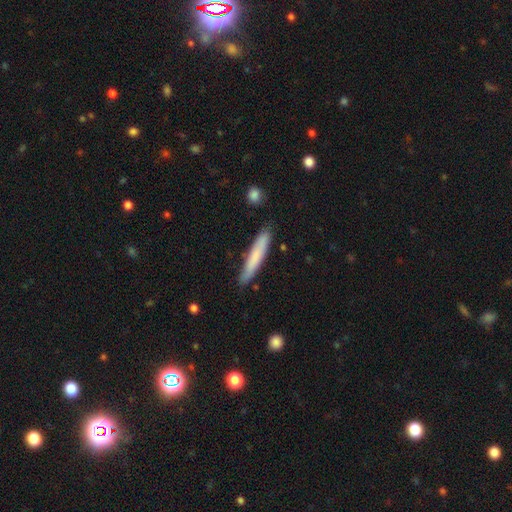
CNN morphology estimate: The model was most divided on "smooth or featured": smooth: 73%, featured or disk: 21%, star or artifact: 5%. More confident: how rounded — cigar-shaped (93%); merging — none (85%).